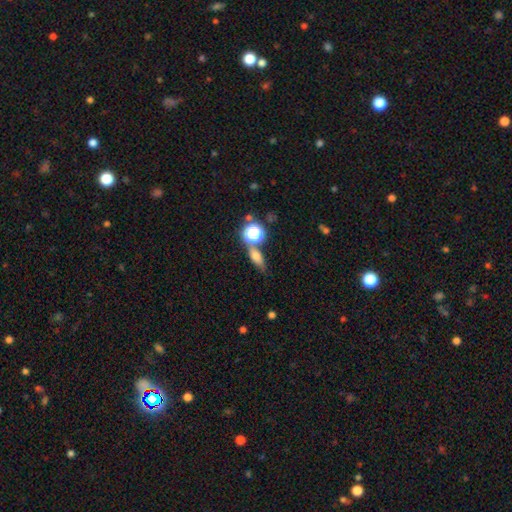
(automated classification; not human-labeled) A smooth galaxy with no disk features (65%) that is in between round and cigar-shaped (52%).

Vote fractions:
- Smooth or featured? smooth: 65% / star or artifact: 19% / featured or disk: 16%
- How rounded? in between: 52% / round: 25% / cigar-shaped: 24%
- Merging? none: 62% / merger: 16% / minor disturbance: 15% / major disturbance: 6%